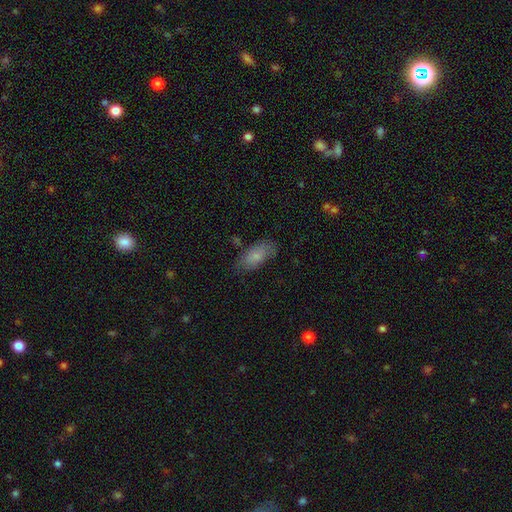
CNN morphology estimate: smooth-or-featured: smooth: 78% | featured or disk: 15% | star or artifact: 7%
  how-rounded: in between: 88% | cigar-shaped: 9% | round: 3%
  merging: none: 70% | minor disturbance: 22% | major disturbance: 6% | merger: 2%